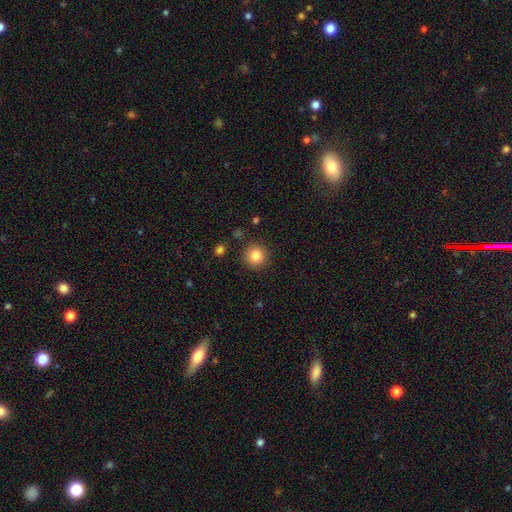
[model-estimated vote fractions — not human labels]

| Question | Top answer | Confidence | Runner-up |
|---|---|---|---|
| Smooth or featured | smooth | 85% | star or artifact (10%) |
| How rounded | round | 94% | in between (5%) |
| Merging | none | 89% | minor disturbance (7%) |